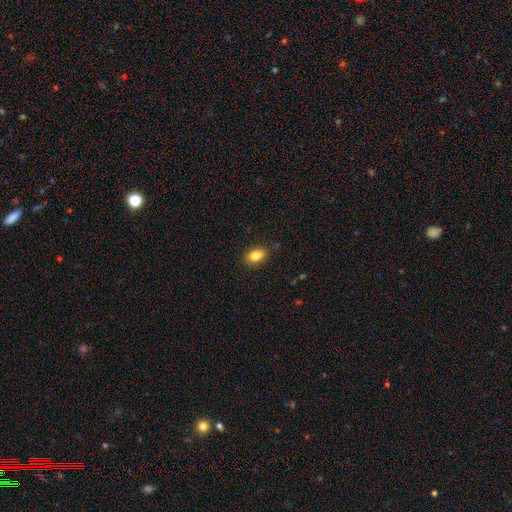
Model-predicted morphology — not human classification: smooth_or_featured: smooth (p=0.84) [alt: star or artifact p=0.09]
how_rounded: in between (p=0.87) [alt: round p=0.10]
merging: none (p=0.87) [alt: minor disturbance p=0.10]